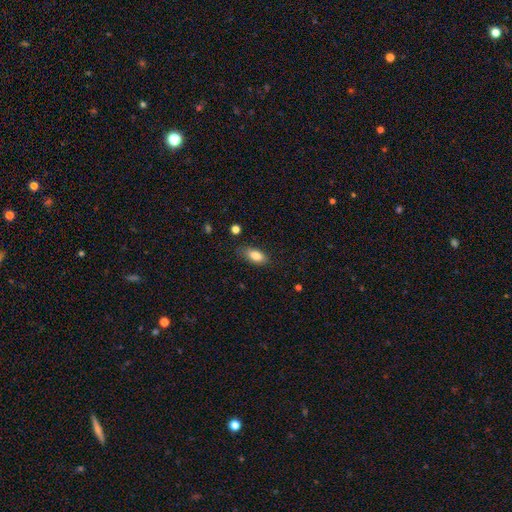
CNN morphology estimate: A smooth galaxy with no disk features (83%) that is in between round and cigar-shaped (87%).

Vote fractions:
- Smooth or featured? smooth: 83% / featured or disk: 9% / star or artifact: 8%
- How rounded? in between: 87% / cigar-shaped: 9% / round: 4%
- Merging? none: 78% / minor disturbance: 17% / major disturbance: 4% / merger: 1%